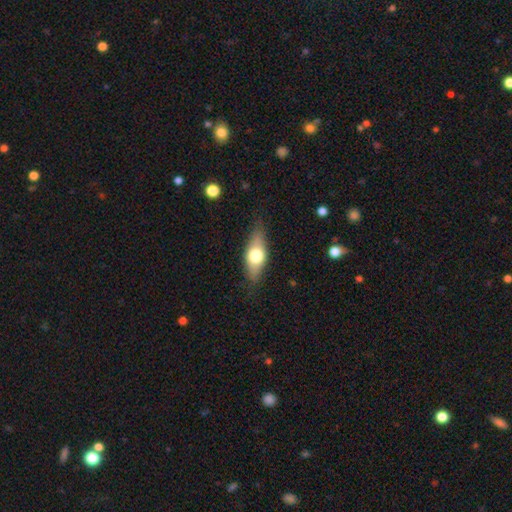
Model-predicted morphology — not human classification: Smooth or featured: smooth — 57% (featured or disk — 36%)
How rounded: in between — 74% (cigar-shaped — 21%)
Merging: none — 80% (minor disturbance — 16%)